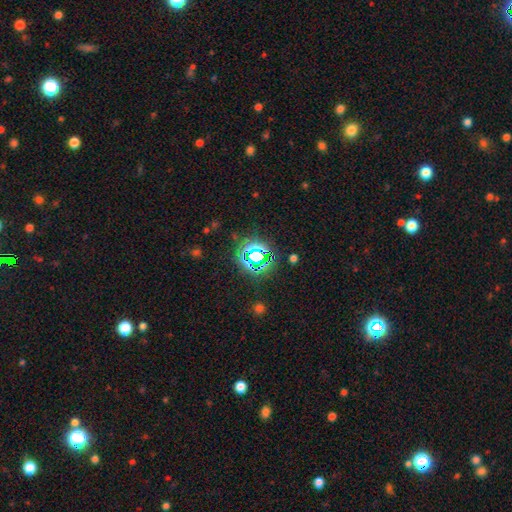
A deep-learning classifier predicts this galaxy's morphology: Smooth or featured? Predicted: star or artifact (p=0.73).